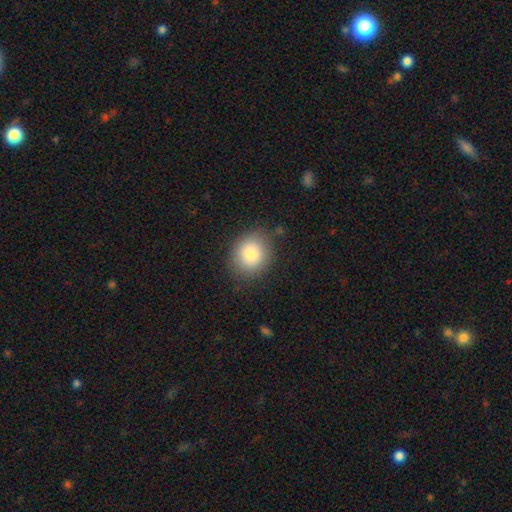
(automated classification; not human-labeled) smooth 82%, star or artifact 10%, featured or disk 8%. Down the decision tree: how rounded — round (73%); merging — none (85%).